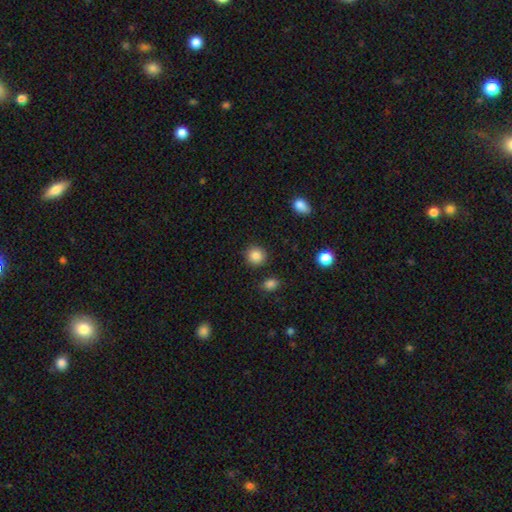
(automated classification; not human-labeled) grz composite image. It shows a smooth galaxy with no disk features (86%) that is round (91%). Merging: none (89%).